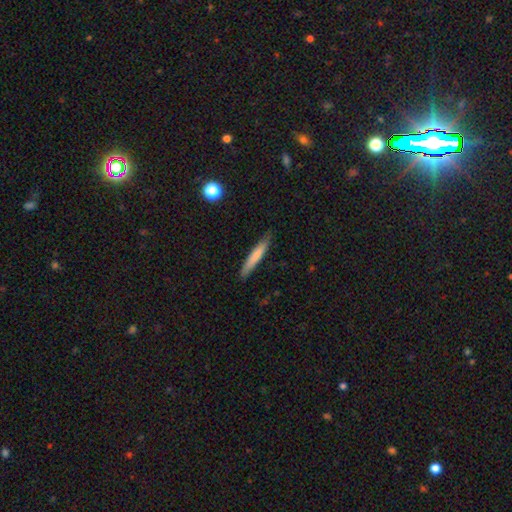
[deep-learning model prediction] A smooth galaxy with no disk features (73%) that is cigar-shaped (93%).

Vote fractions:
- Smooth or featured? smooth: 73% / featured or disk: 21% / star or artifact: 6%
- How rounded? cigar-shaped: 93% / in between: 5% / round: 1%
- Merging? none: 86% / minor disturbance: 11% / major disturbance: 2% / merger: 1%